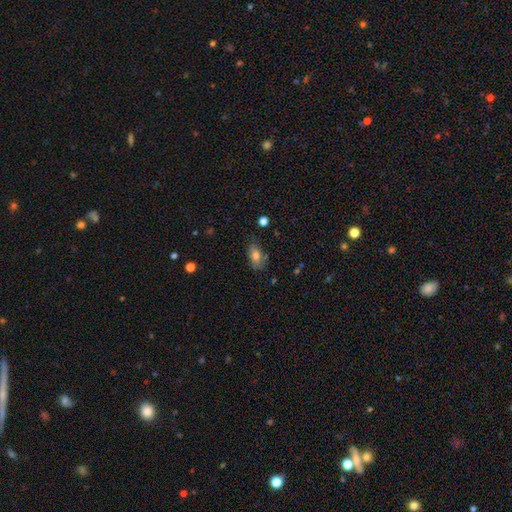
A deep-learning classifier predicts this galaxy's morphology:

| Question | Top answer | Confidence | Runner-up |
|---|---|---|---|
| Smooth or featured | smooth | 75% | featured or disk (16%) |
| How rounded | in between | 88% | round (6%) |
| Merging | none | 69% | minor disturbance (22%) |